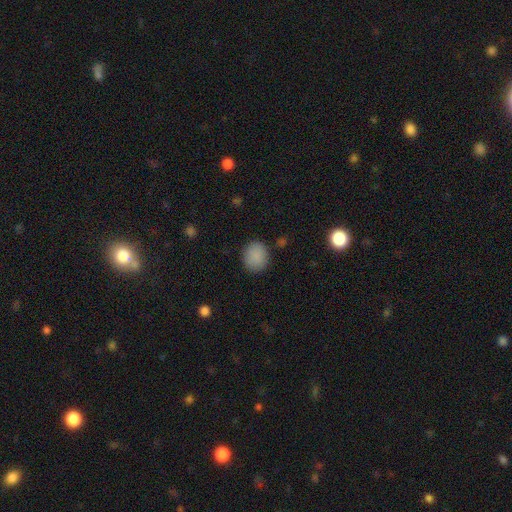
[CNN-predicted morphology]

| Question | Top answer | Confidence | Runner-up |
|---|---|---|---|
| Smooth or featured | smooth | 88% | star or artifact (9%) |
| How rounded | round | 74% | in between (25%) |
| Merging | none | 87% | minor disturbance (9%) |